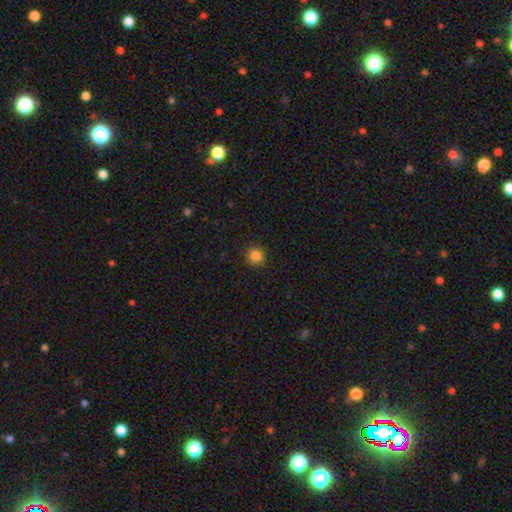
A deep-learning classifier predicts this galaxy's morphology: This is clearly a smooth galaxy (85%). How rounded: clearly round (94%). Merging: clearly none (92%).